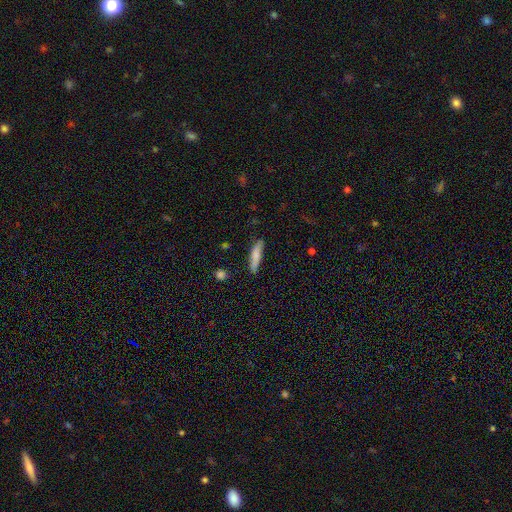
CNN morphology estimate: A smooth galaxy with no disk features (75%) that is cigar-shaped (81%). Merging: none (81%).